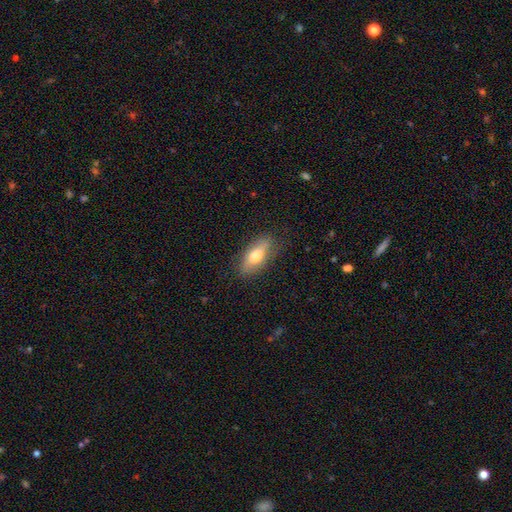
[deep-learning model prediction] This is likely a smooth galaxy (67%). How rounded: likely in between (73%). Merging: likely none (79%).